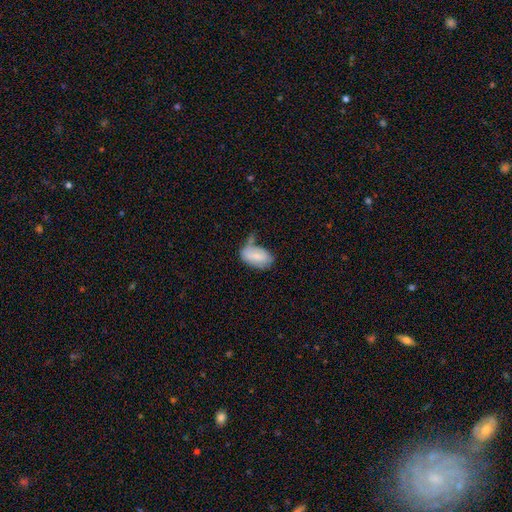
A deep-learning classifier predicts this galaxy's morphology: Smooth or featured: smooth — 75% (featured or disk — 18%)
How rounded: in between — 93% (round — 5%)
Merging: none — 35% (minor disturbance — 33%)